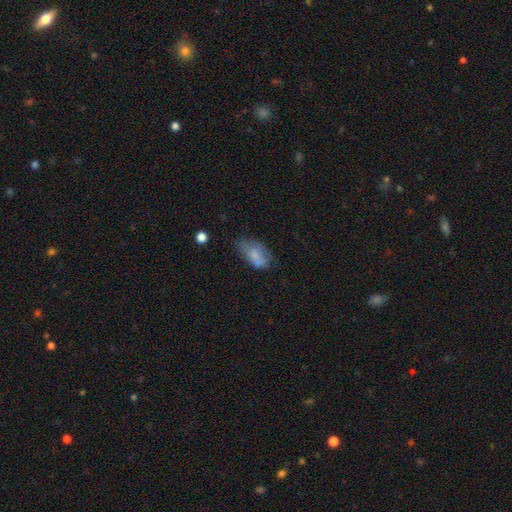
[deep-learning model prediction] Smooth or featured? Predicted: smooth (p=0.73). How rounded? Predicted: in between (p=0.91). Merging? Predicted: none (p=0.41).